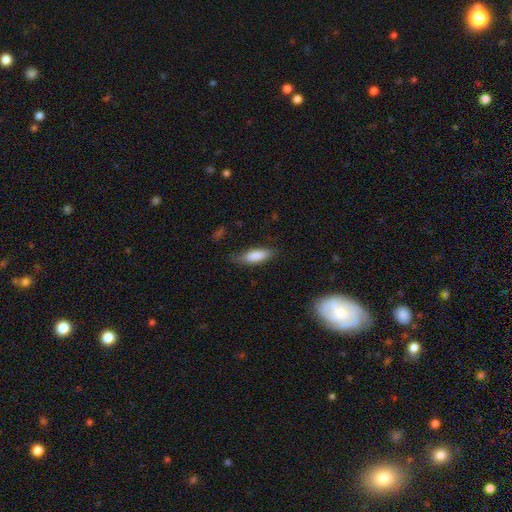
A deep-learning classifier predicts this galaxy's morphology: smooth 84%, featured or disk 10%, star or artifact 6%. Down the decision tree: how rounded — in between (64%); merging — none (72%).